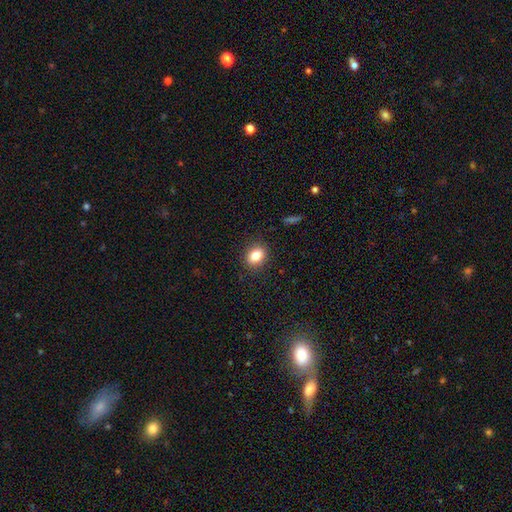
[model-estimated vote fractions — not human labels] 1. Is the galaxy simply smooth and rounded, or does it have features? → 83% smooth, 10% star or artifact, 7% featured or disk.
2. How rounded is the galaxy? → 57% in between, 42% round, 1% cigar-shaped.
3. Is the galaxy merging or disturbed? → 89% none, 8% minor disturbance, 2% major disturbance, 1% merger.